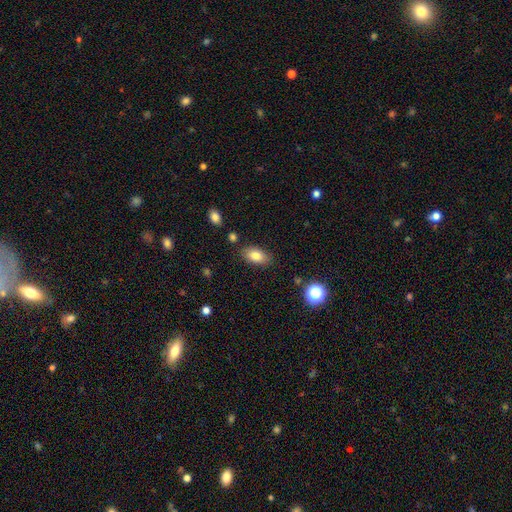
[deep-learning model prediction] Smooth or featured? smooth (82%)
How rounded? in between (91%)
Merging? none (84%)